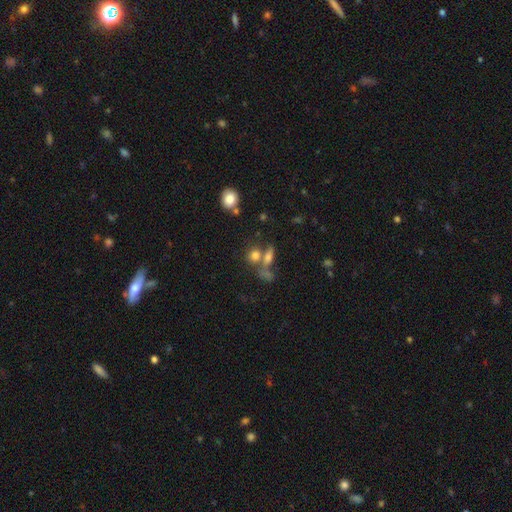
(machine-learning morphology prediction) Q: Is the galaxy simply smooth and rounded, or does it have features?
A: smooth — 73%.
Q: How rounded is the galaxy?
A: round — 61%.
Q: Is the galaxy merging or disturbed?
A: none — 48%.